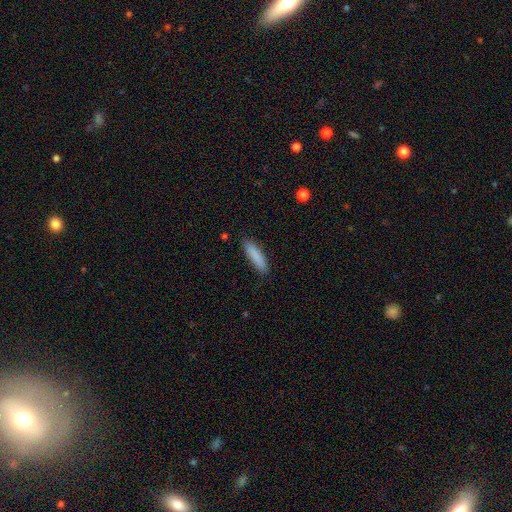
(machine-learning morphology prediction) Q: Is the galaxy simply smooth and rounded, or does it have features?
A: smooth — 87%.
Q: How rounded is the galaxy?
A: cigar-shaped — 75%.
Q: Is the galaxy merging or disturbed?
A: none — 86%.